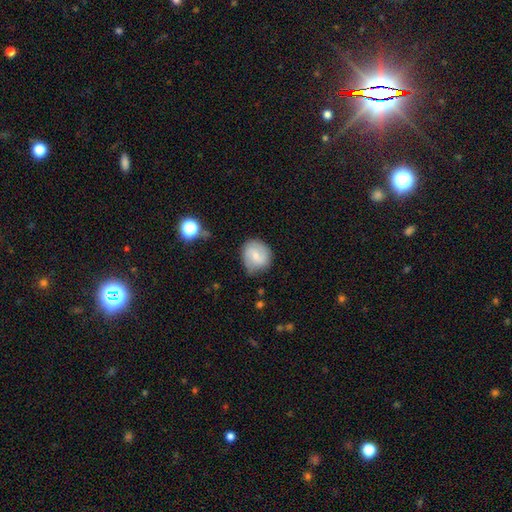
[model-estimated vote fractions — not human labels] This appears to be a smooth galaxy with no disk features (53%) that is round (73%). Merging: none (67%).